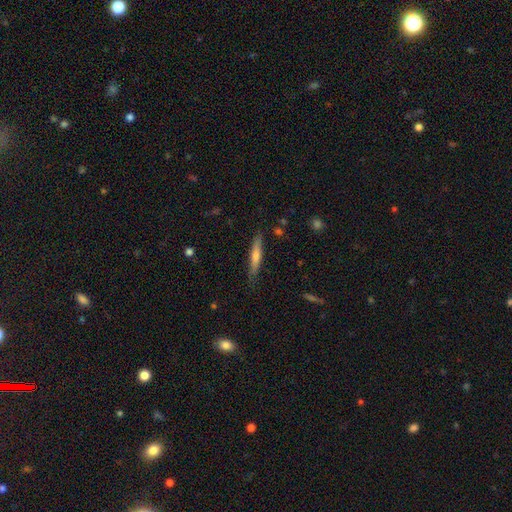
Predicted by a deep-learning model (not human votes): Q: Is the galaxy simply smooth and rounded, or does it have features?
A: smooth — 55%.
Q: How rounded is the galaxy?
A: cigar-shaped — 91%.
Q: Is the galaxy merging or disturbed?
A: none — 80%.